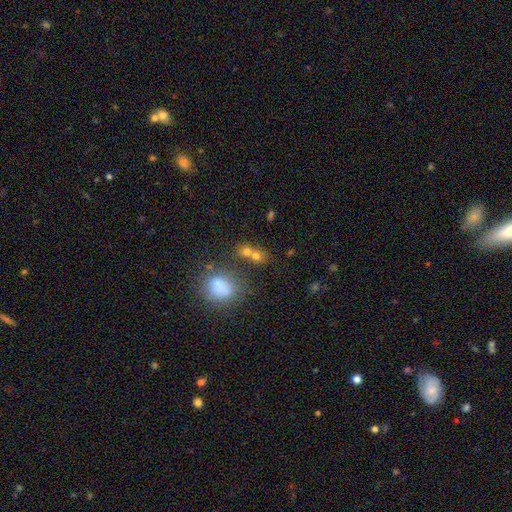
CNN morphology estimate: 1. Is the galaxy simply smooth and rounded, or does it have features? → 68% smooth, 19% star or artifact, 13% featured or disk.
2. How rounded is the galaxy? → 59% round, 38% in between, 2% cigar-shaped.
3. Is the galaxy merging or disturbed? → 44% merger, 42% none, 9% minor disturbance, 5% major disturbance.